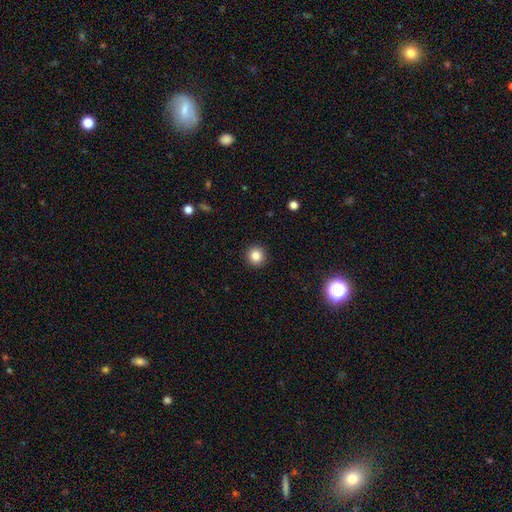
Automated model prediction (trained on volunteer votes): This is clearly a smooth galaxy (84%). How rounded: clearly round (94%). Merging: clearly none (93%).